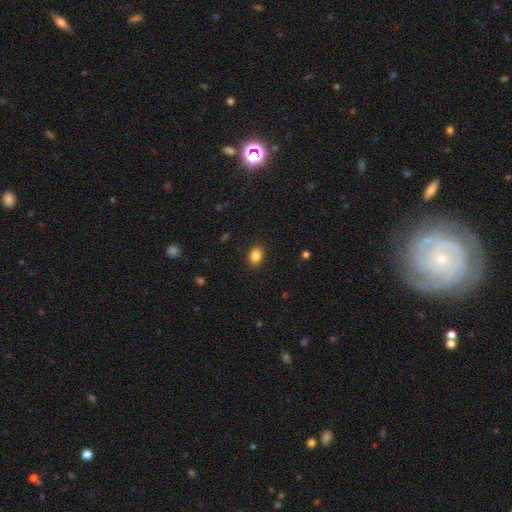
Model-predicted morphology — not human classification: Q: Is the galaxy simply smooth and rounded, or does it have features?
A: smooth — 85%.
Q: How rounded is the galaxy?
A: in between — 62%.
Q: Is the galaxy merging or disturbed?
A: none — 89%.